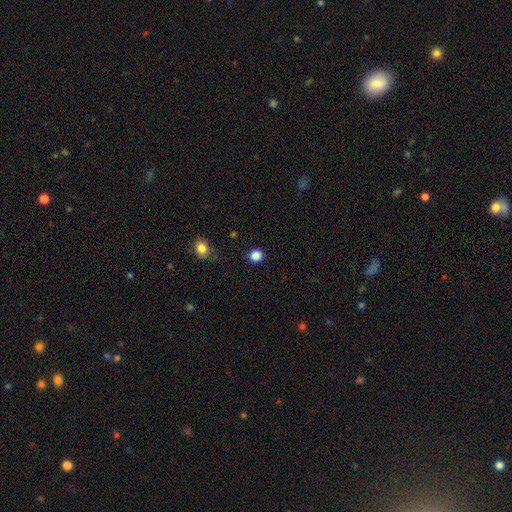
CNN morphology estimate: Overall: smooth (86%). How rounded: round (88%). Merging: none (88%).